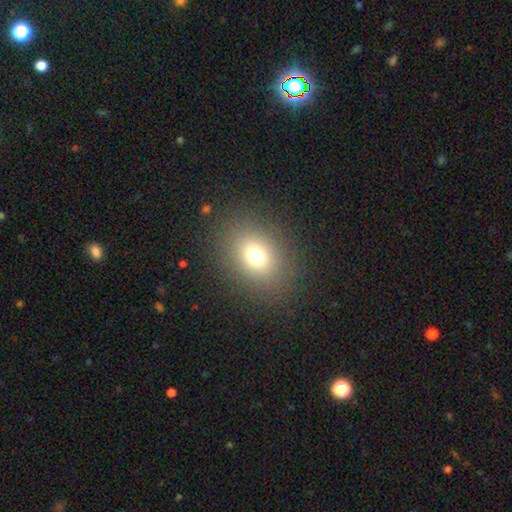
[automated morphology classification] Q: Smooth or featured?
A: smooth (71%); runner-up: star or artifact (18%)
Q: How rounded?
A: round (54%); runner-up: in between (45%)
Q: Merging?
A: none (86%); runner-up: minor disturbance (8%)